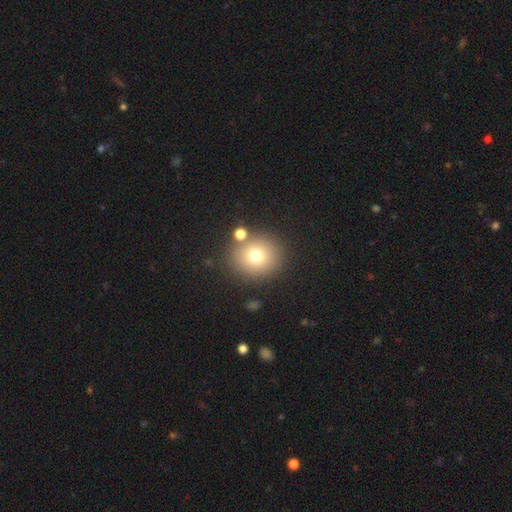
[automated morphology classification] A smooth galaxy with no disk features (74%) that is round (85%). Merging: none (79%).